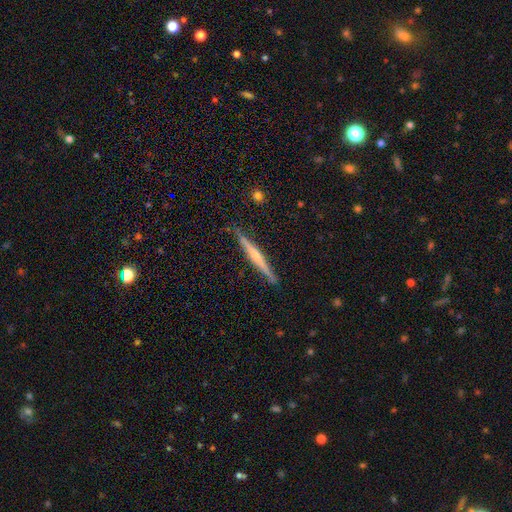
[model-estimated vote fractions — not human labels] This appears to be a featured or disk galaxy (65%) viewed edge-on (98%) with a rounded central bulge (50%). Merging: none (88%).